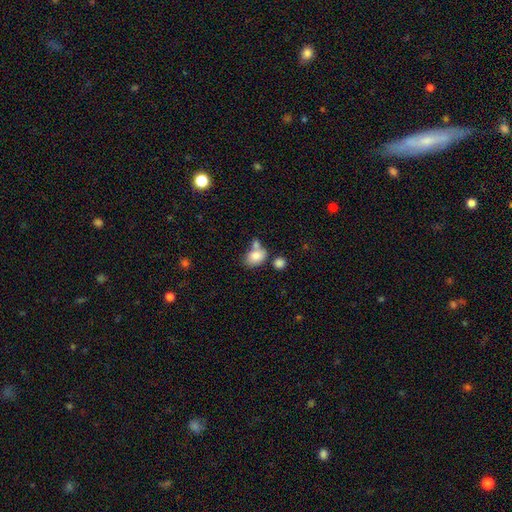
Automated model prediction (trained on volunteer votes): Smooth or featured?
  - smooth: 79% *
  - featured or disk: 13%
  - star or artifact: 8%
How rounded?
  - in between: 75% *
  - round: 24%
  - cigar-shaped: 1%
Merging?
  - none: 42% *
  - merger: 36%
  - minor disturbance: 16%
  - major disturbance: 6%